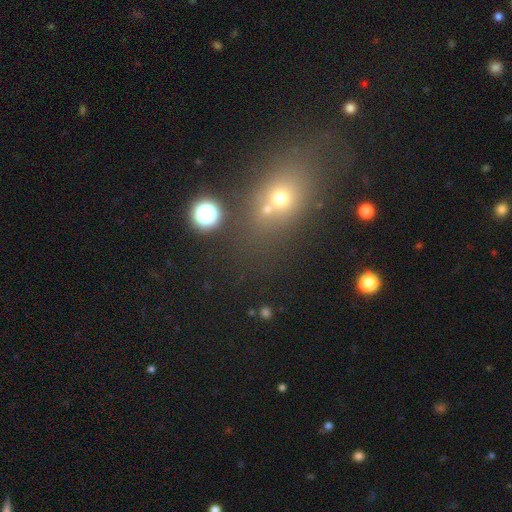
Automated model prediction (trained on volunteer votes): Smooth or featured? smooth (48%)
Merging? none (70%)